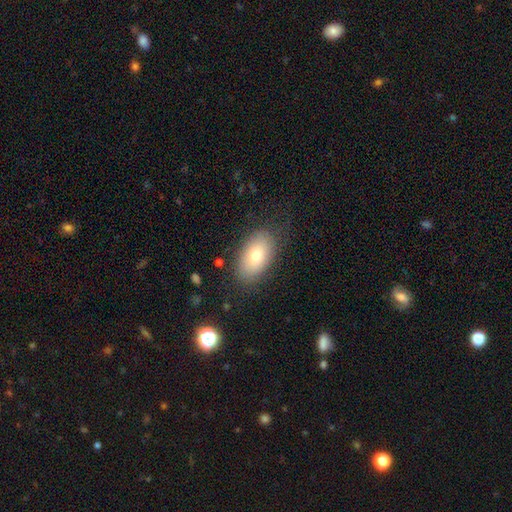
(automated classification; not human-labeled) The model was most divided on "smooth or featured": smooth: 76%, featured or disk: 16%, star or artifact: 8%. More confident: how rounded — in between (92%); merging — none (80%).